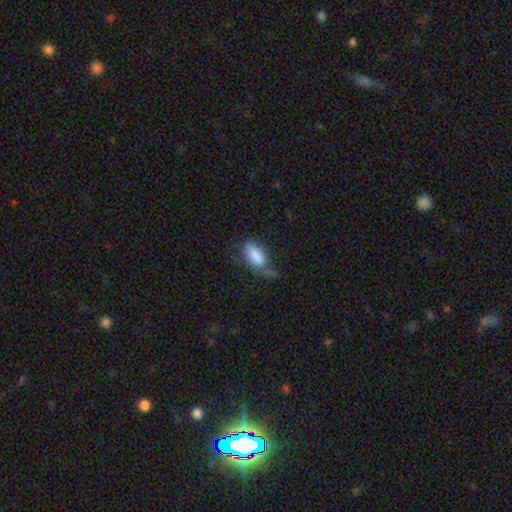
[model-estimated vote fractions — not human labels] Smooth or featured? Predicted: smooth (p=0.83). How rounded? Predicted: in between (p=0.84). Merging? Predicted: none (p=0.44).